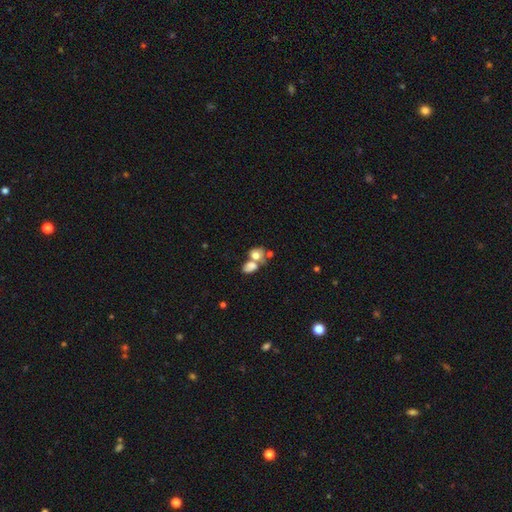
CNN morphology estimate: This is likely a smooth galaxy (71%). How rounded: likely in between (60%). Merging: possibly merger (57%).